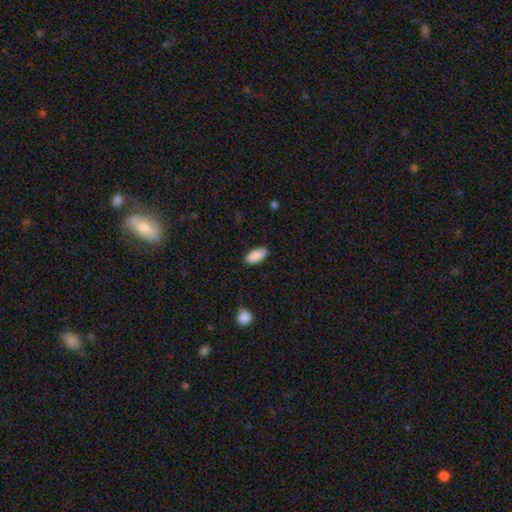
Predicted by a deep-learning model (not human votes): Q: Smooth or featured?
A: smooth (90%); runner-up: star or artifact (6%)
Q: How rounded?
A: in between (92%); runner-up: cigar-shaped (7%)
Q: Merging?
A: none (87%); runner-up: minor disturbance (10%)